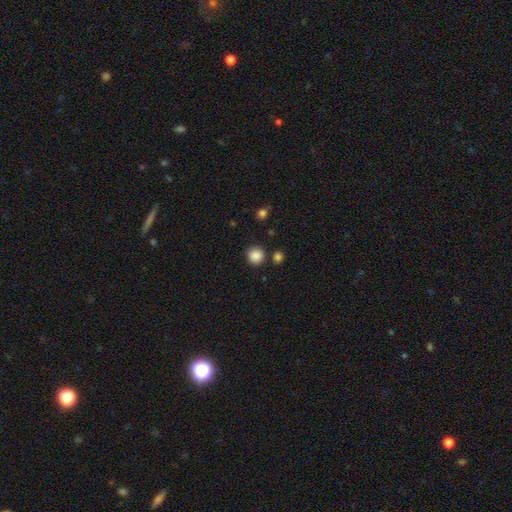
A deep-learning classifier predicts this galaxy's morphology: smooth_or_featured: smooth (p=0.87) [alt: star or artifact p=0.10]
how_rounded: round (p=0.92) [alt: in between p=0.07]
merging: none (p=0.85) [alt: minor disturbance p=0.08]